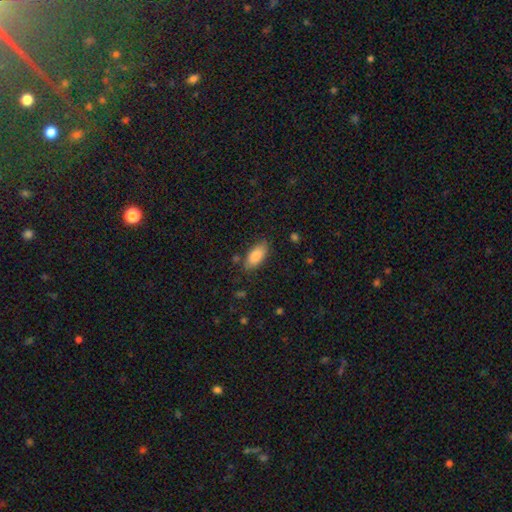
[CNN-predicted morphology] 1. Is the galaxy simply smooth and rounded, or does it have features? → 84% smooth, 9% featured or disk, 7% star or artifact.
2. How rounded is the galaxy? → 87% in between, 11% cigar-shaped, 2% round.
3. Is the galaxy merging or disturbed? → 80% none, 14% minor disturbance, 3% major disturbance, 3% merger.